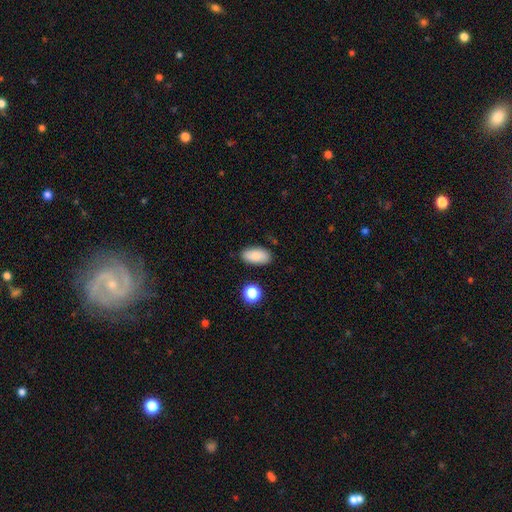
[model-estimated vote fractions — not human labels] Overall: smooth (86%). How rounded: in between (92%). Merging: none (85%).